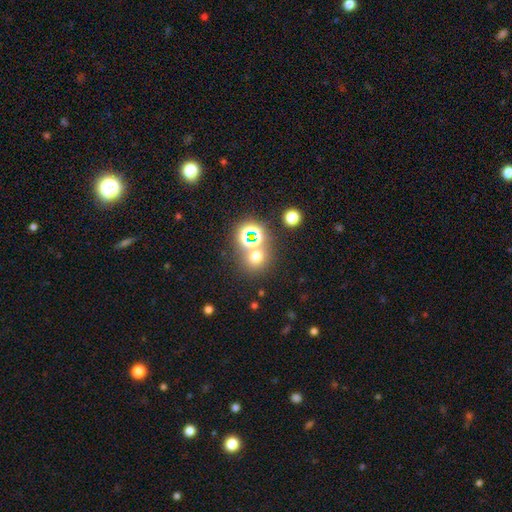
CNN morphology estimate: A smooth galaxy with no disk features (59%) that is round (86%). Merging: none (68%).